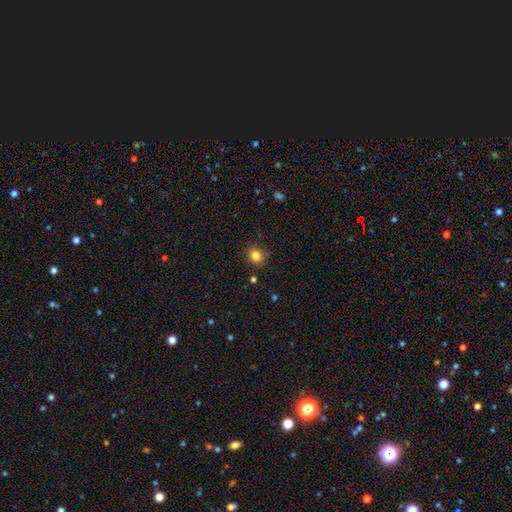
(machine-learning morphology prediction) Q: Smooth or featured?
A: smooth (82%); runner-up: star or artifact (12%)
Q: How rounded?
A: round (77%); runner-up: in between (22%)
Q: Merging?
A: none (85%); runner-up: minor disturbance (10%)